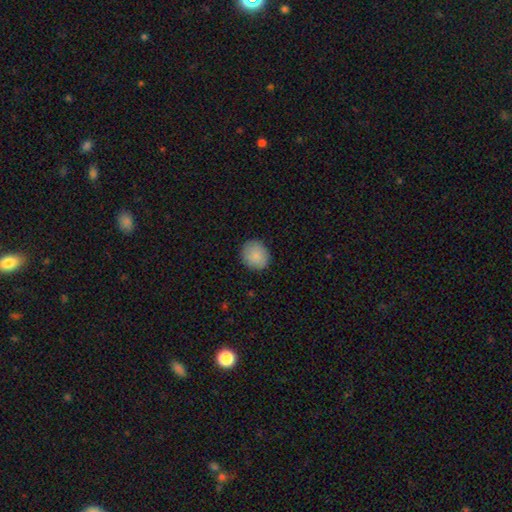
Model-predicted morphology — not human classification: Smooth or featured? smooth (88%)
How rounded? round (80%)
Merging? none (87%)